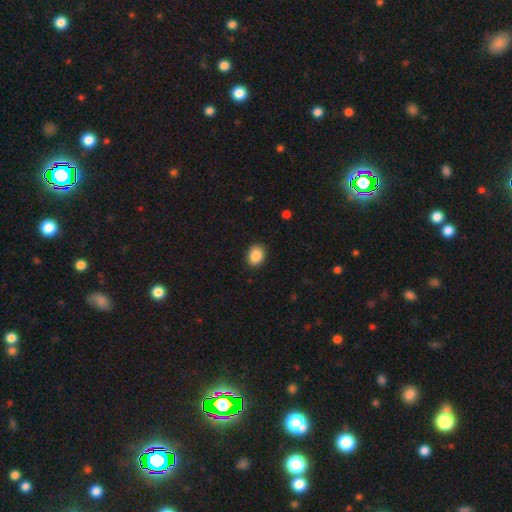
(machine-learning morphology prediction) smooth 88%, star or artifact 8%, featured or disk 4%. Down the decision tree: how rounded — in between (66%); merging — none (89%).